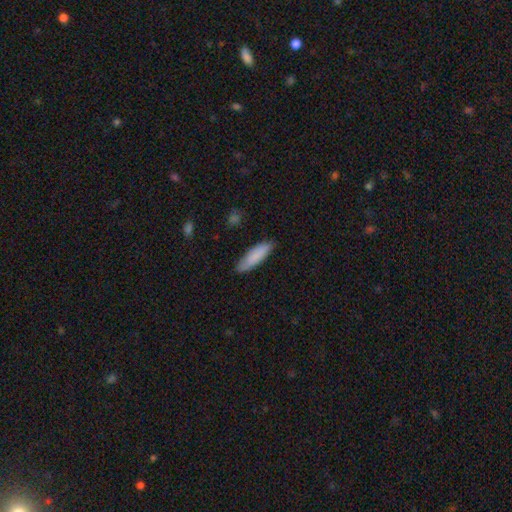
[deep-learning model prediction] smooth-or-featured: smooth: 85% | featured or disk: 9% | star or artifact: 6%
  how-rounded: cigar-shaped: 60% | in between: 39% | round: 1%
  merging: none: 84% | minor disturbance: 13% | major disturbance: 2% | merger: 1%